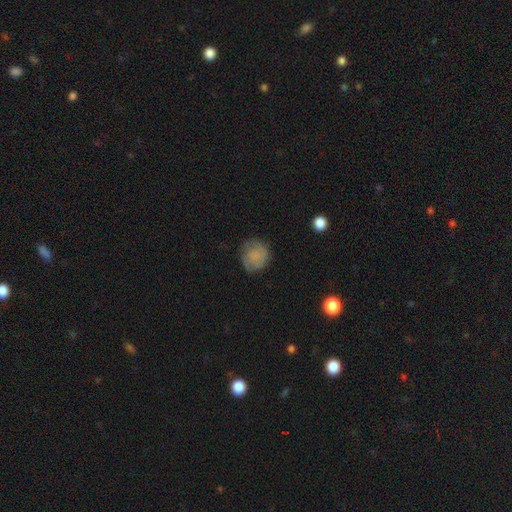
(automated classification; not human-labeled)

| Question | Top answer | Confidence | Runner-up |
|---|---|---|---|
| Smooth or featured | smooth | 72% | featured or disk (19%) |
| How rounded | round | 83% | in between (16%) |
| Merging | none | 67% | minor disturbance (24%) |